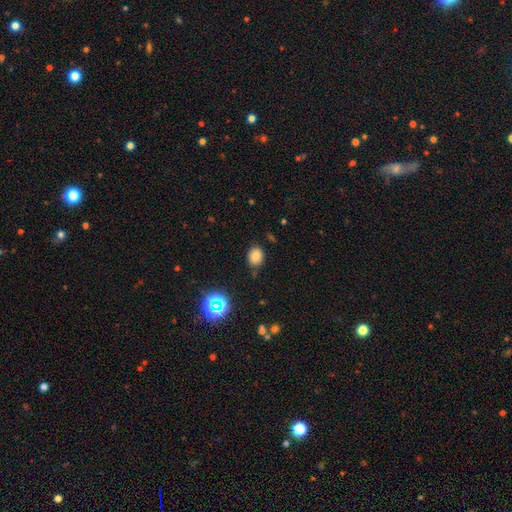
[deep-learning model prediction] smooth_or_featured: smooth (p=0.77) [alt: star or artifact p=0.15]
how_rounded: in between (p=0.50) [alt: round p=0.49]
merging: none (p=0.82) [alt: minor disturbance p=0.12]